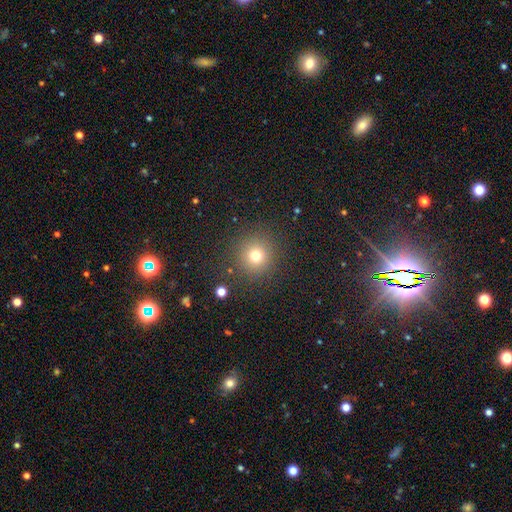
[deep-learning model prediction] smooth_or_featured: smooth (p=0.74) [alt: star or artifact p=0.18]
how_rounded: round (p=0.94) [alt: in between p=0.05]
merging: none (p=0.88) [alt: minor disturbance p=0.07]